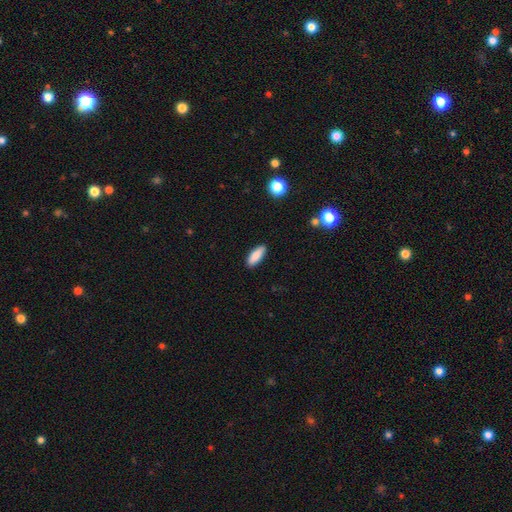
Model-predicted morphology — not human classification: Overall: smooth (87%). How rounded: in between (68%; cigar-shaped 30%). Merging: none (88%).